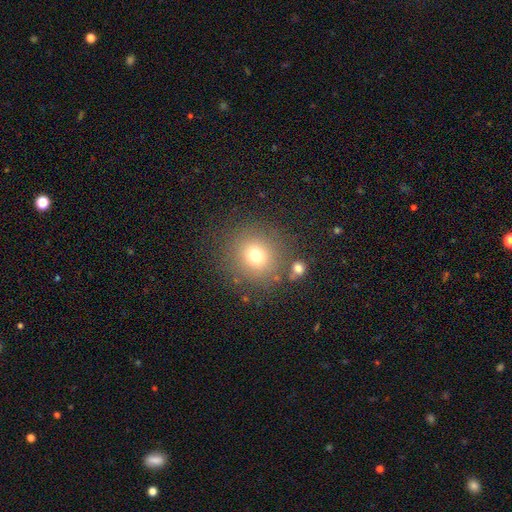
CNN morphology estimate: Smooth or featured: smooth — 73% (star or artifact — 16%)
How rounded: round — 91% (in between — 8%)
Merging: none — 82% (minor disturbance — 9%)